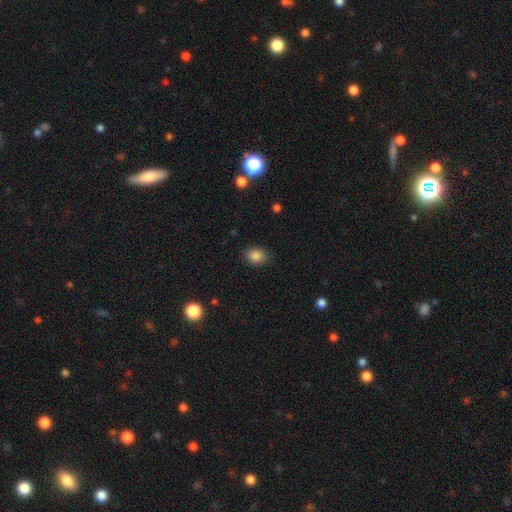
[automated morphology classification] The model was most divided on "how rounded": in between: 52%, round: 47%, cigar-shaped: 1%. More confident: smooth or featured — smooth (85%); merging — none (84%).